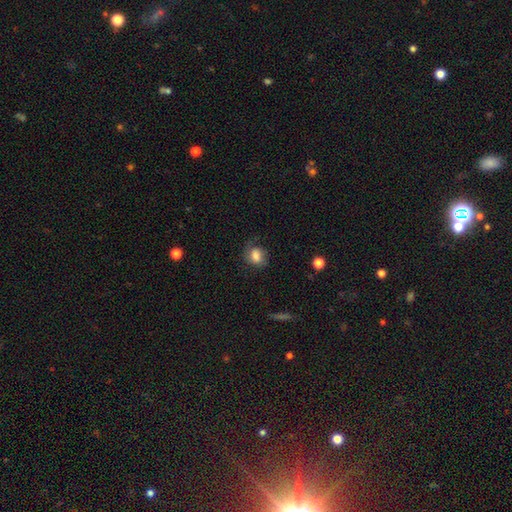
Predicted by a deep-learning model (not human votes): Morphology: type=smooth (71%); roundness=in between (56%); merging=none (57%).